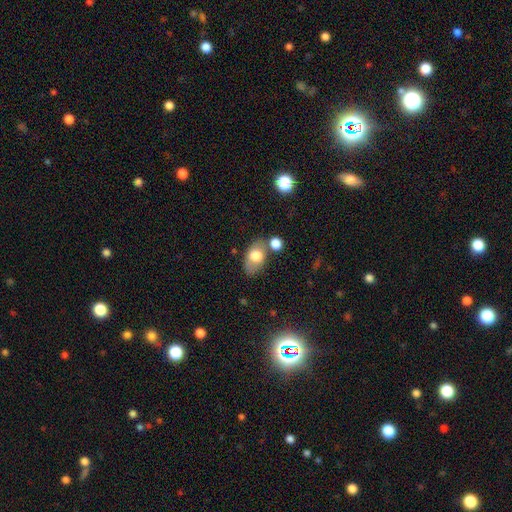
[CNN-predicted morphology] Smooth or featured? smooth (70%)
How rounded? in between (87%)
Merging? none (61%)